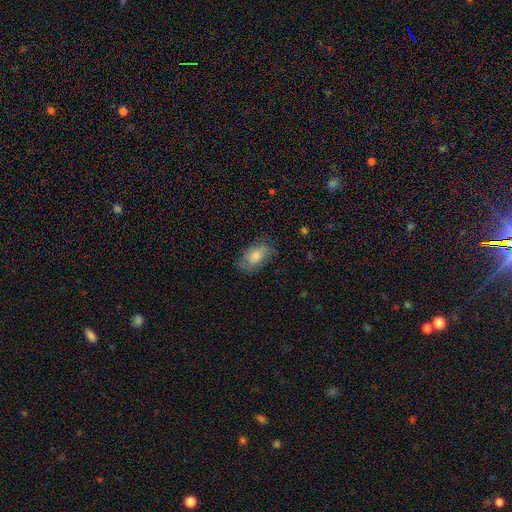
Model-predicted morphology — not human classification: smooth_or_featured: smooth (p=0.76) [alt: featured or disk p=0.17]
how_rounded: in between (p=0.90) [alt: round p=0.07]
merging: none (p=0.73) [alt: minor disturbance p=0.19]